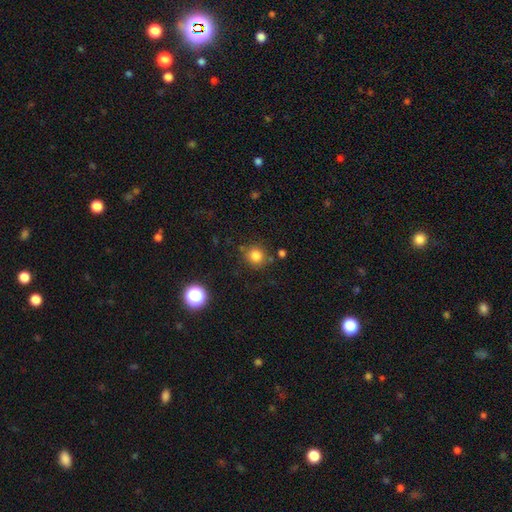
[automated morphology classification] smooth-or-featured: smooth: 81% | star or artifact: 13% | featured or disk: 6%
  how-rounded: round: 90% | in between: 9% | cigar-shaped: 1%
  merging: none: 80% | minor disturbance: 11% | merger: 5% | major disturbance: 3%